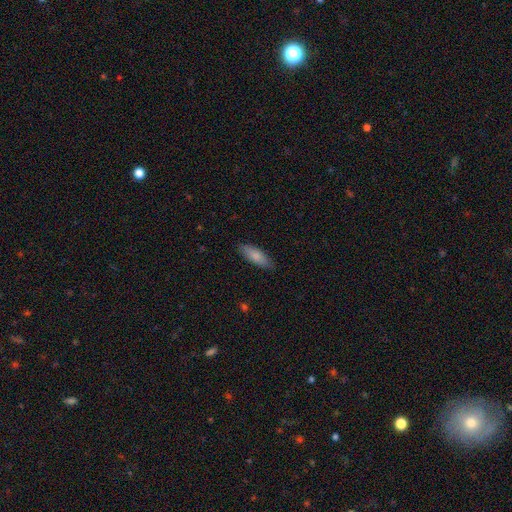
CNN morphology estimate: smooth-or-featured: smooth: 83% | featured or disk: 11% | star or artifact: 6%
  how-rounded: in between: 63% | cigar-shaped: 35% | round: 2%
  merging: none: 86% | minor disturbance: 11% | major disturbance: 2% | merger: 1%